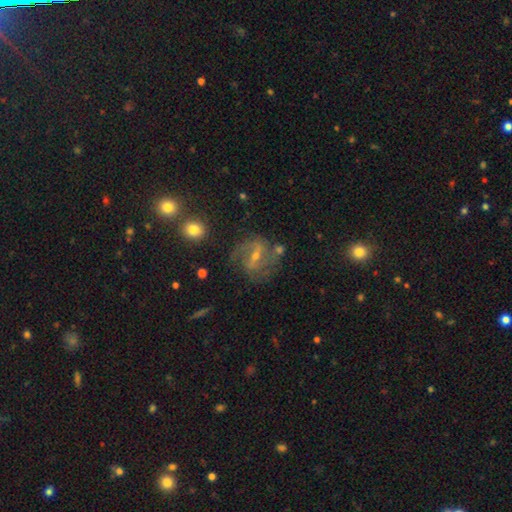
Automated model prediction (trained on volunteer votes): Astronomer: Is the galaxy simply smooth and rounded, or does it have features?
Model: featured or disk — 80%.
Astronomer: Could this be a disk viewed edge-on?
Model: no — 96%.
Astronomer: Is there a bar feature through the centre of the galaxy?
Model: weak — 46% (runner-up: strong, 39%).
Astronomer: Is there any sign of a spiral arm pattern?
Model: yes — 91%.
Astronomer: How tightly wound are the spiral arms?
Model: medium — 49% (runner-up: loose, 26%).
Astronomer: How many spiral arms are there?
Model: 2 — 70%.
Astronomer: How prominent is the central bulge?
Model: small — 53% (runner-up: moderate, 42%).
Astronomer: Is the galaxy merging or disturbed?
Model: none — 64%.